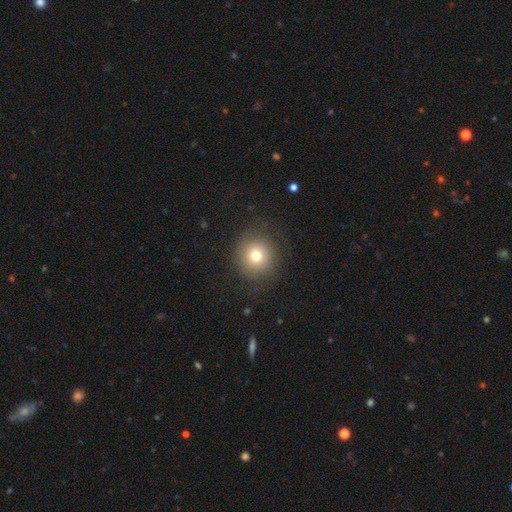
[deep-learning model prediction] This is likely a smooth galaxy (75%). How rounded: clearly round (91%). Merging: clearly none (85%).